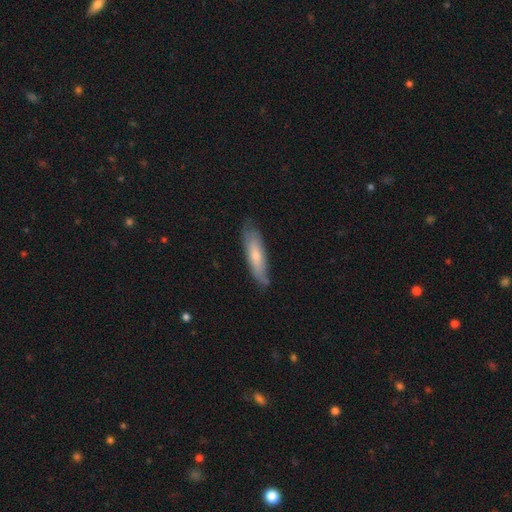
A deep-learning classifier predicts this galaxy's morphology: Smooth or featured? Predicted: smooth (p=0.67). How rounded? Predicted: cigar-shaped (p=0.69). Merging? Predicted: none (p=0.75).